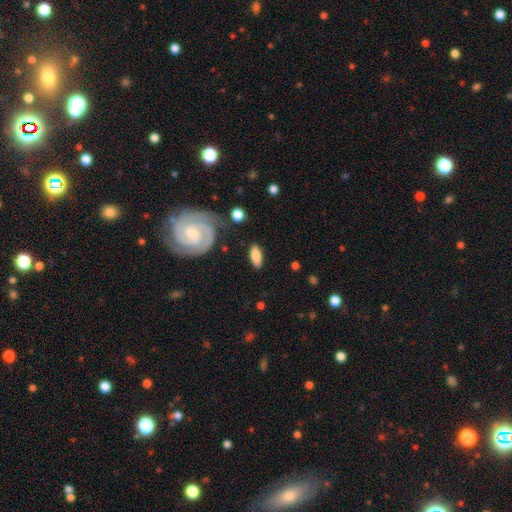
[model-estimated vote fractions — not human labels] smooth_or_featured: smooth (p=0.70) [alt: featured or disk p=0.25]
how_rounded: in between (p=0.75) [alt: cigar-shaped p=0.22]
merging: none (p=0.82) [alt: minor disturbance p=0.12]